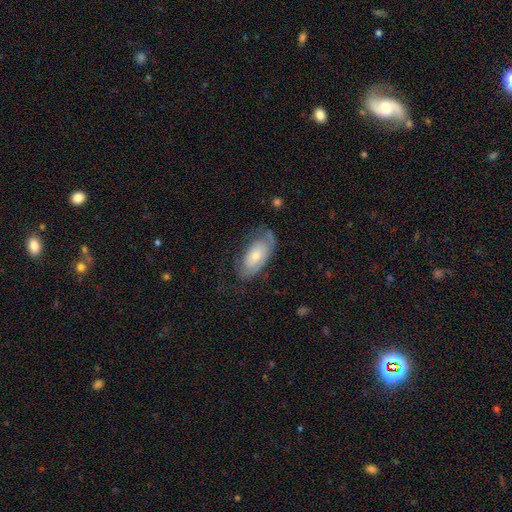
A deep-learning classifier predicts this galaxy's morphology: This is possibly a featured or disk galaxy (47%). Merging: possibly none (54%).